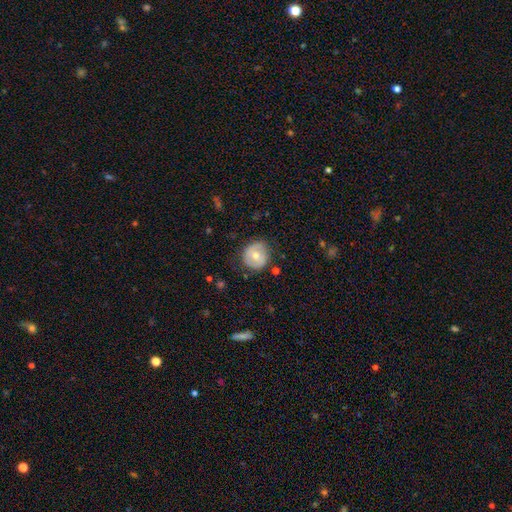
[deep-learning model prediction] Smooth or featured?
  - smooth: 57% *
  - featured or disk: 36%
  - star or artifact: 7%
How rounded?
  - round: 84% *
  - in between: 15%
  - cigar-shaped: 1%
Merging?
  - none: 73% *
  - minor disturbance: 20%
  - major disturbance: 5%
  - merger: 2%